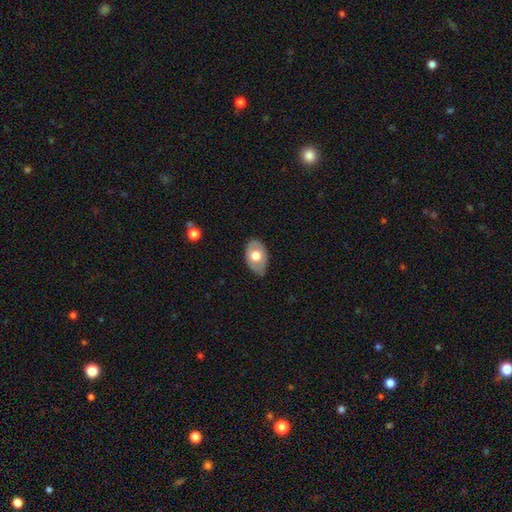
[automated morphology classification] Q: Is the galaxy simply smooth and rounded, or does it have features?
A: smooth — 58%.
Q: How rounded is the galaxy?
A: in between — 87%.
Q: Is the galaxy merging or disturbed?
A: none — 78%.